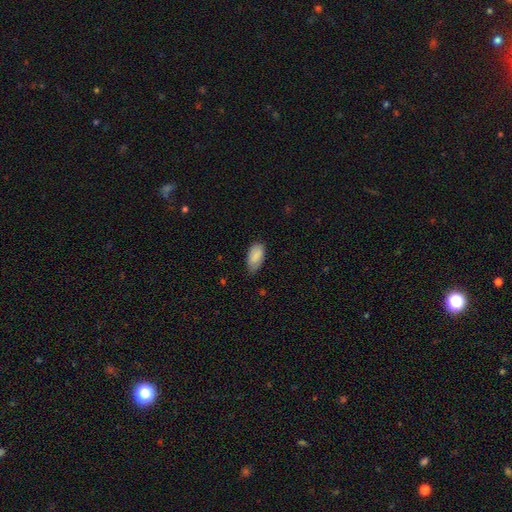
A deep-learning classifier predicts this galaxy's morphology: This is clearly a smooth galaxy (86%). How rounded: clearly in between (94%). Merging: likely none (66%).